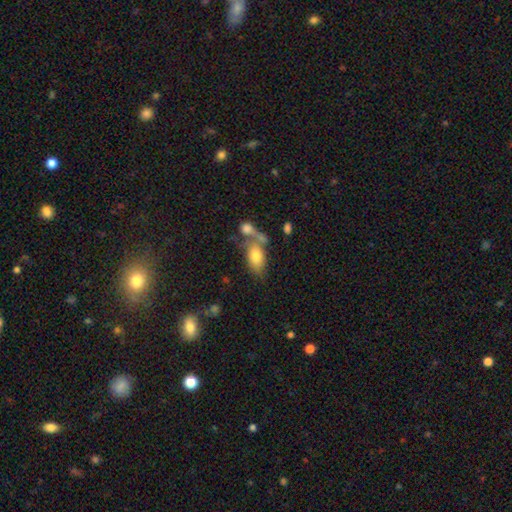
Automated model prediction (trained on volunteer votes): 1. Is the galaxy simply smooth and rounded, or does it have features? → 74% smooth, 19% featured or disk, 7% star or artifact.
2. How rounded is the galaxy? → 90% in between, 7% round, 3% cigar-shaped.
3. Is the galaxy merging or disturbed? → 42% merger, 34% none, 13% minor disturbance, 10% major disturbance.